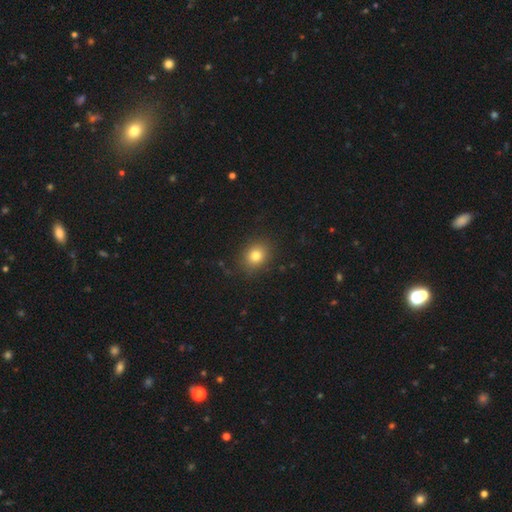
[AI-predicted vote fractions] Smooth or featured: smooth — 79% (star or artifact — 13%)
How rounded: round — 67% (in between — 32%)
Merging: none — 86% (minor disturbance — 10%)